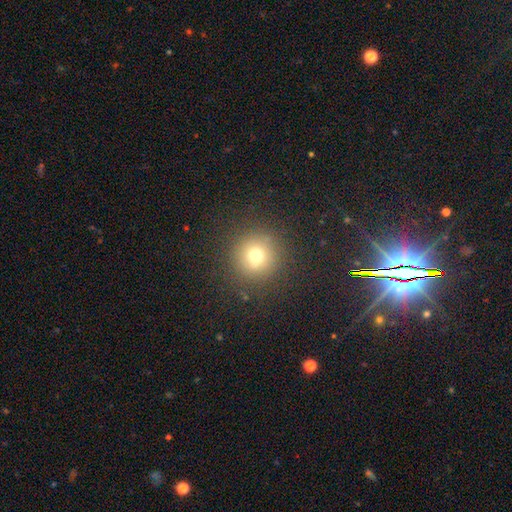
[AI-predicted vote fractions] Overall: smooth (69%). How rounded: round (95%). Merging: none (87%).